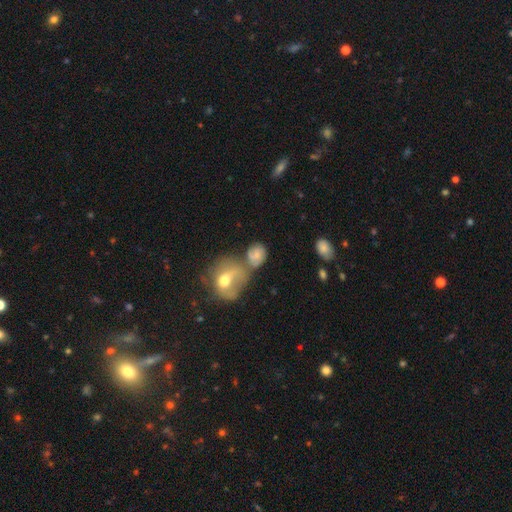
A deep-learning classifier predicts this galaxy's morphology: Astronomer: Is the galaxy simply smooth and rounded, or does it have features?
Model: smooth — 60%.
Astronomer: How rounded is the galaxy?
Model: round — 58% (runner-up: in between, 41%).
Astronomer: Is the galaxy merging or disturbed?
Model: merger — 40% (runner-up: none, 35%).